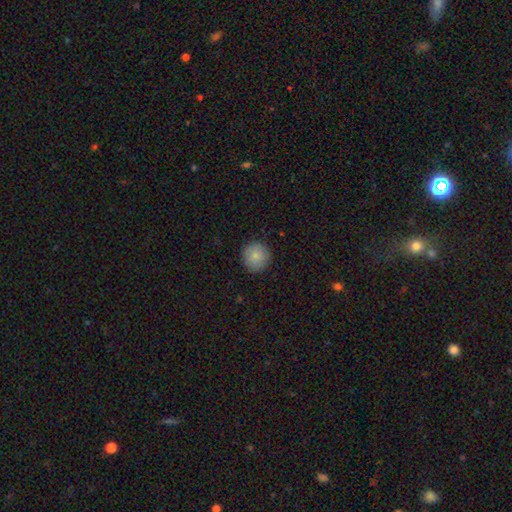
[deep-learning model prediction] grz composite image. It shows a smooth galaxy with no disk features (86%) that is round (94%). Merging: none (90%).